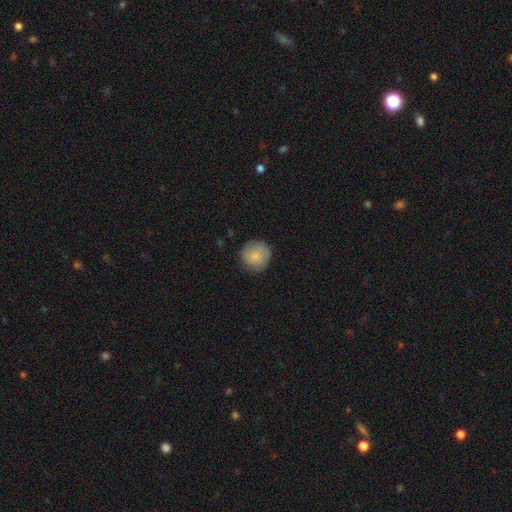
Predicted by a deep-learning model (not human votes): This is clearly a smooth galaxy (82%). How rounded: clearly round (92%). Merging: likely none (79%).